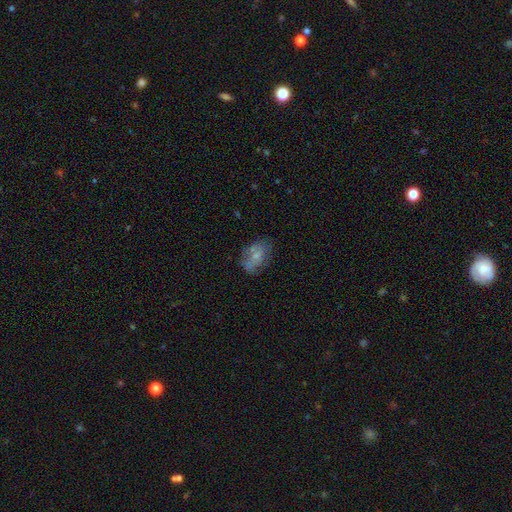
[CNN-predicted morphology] The model was most divided on "merging": none: 56%, minor disturbance: 25%, major disturbance: 12%, merger: 7%. More confident: how rounded — in between (81%); smooth or featured — smooth (61%).